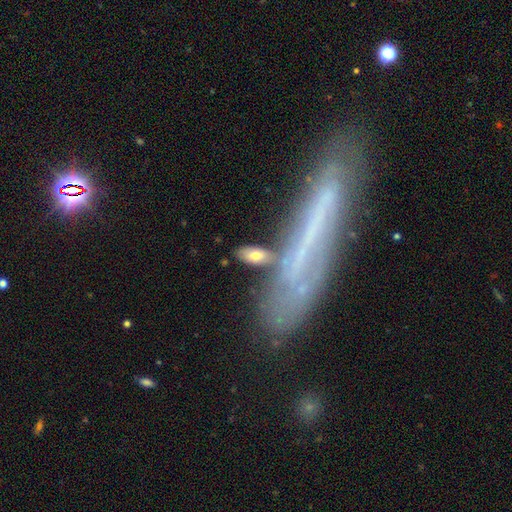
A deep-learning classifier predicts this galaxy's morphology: type=smooth (69%); roundness=in between (84%); merging=none (63%).